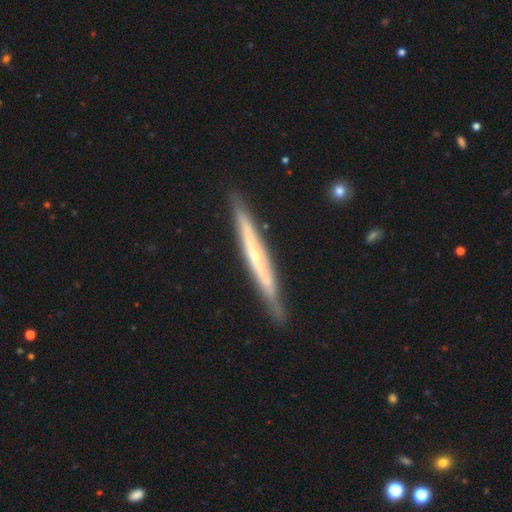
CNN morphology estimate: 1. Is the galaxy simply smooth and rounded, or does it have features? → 70% featured or disk, 24% smooth, 6% star or artifact.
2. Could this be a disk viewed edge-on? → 94% yes, 6% no.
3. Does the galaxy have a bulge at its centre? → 50% none, 44% rounded, 5% boxy.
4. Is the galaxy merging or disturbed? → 85% none, 12% minor disturbance, 2% major disturbance, 1% merger.